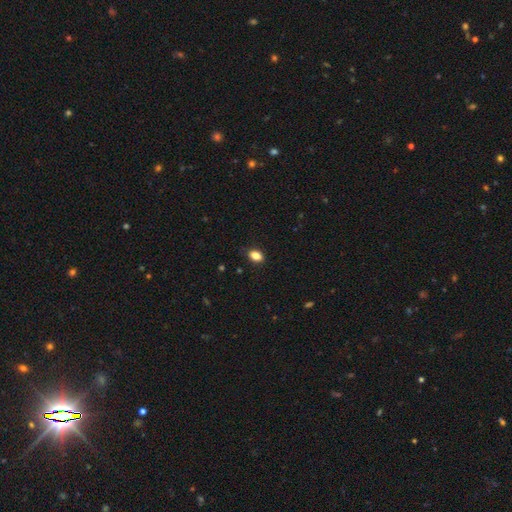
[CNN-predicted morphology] This is clearly a smooth galaxy (85%). How rounded: clearly in between (84%). Merging: clearly none (84%).